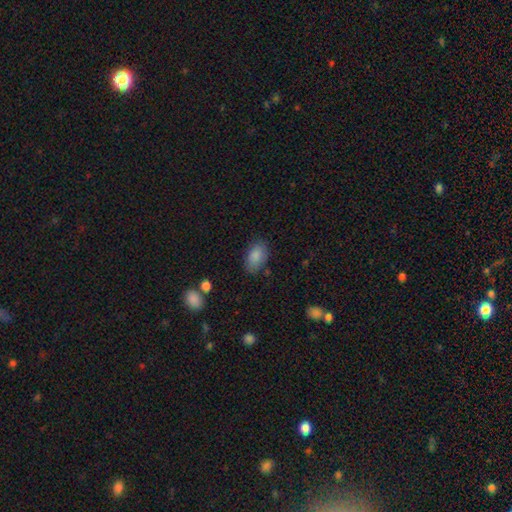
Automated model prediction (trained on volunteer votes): This is clearly a smooth galaxy (86%). How rounded: clearly in between (91%). Merging: likely none (77%).